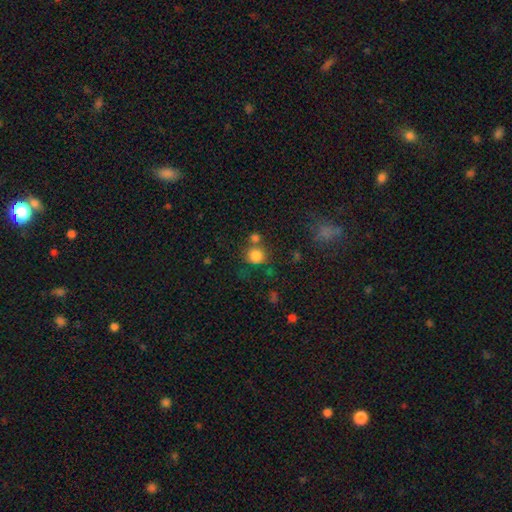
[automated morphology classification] A smooth galaxy with no disk features (82%) that is round (89%).

Vote fractions:
- Smooth or featured? smooth: 82% / star or artifact: 12% / featured or disk: 6%
- How rounded? round: 89% / in between: 10% / cigar-shaped: 1%
- Merging? none: 62% / merger: 21% / minor disturbance: 11% / major disturbance: 5%